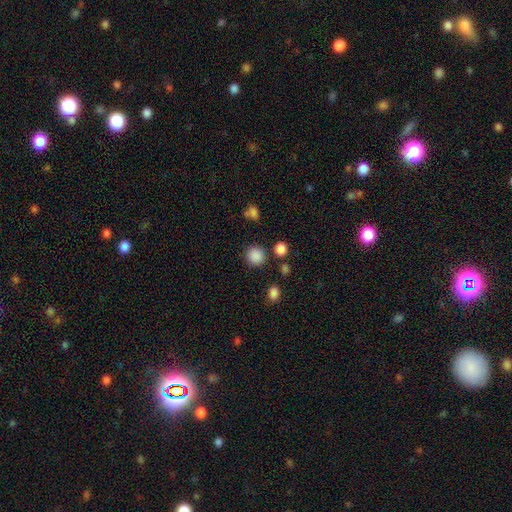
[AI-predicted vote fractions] Smooth or featured?
  - smooth: 86% *
  - star or artifact: 11%
  - featured or disk: 3%
How rounded?
  - round: 92% *
  - in between: 7%
  - cigar-shaped: 1%
Merging?
  - none: 85% *
  - minor disturbance: 8%
  - merger: 4%
  - major disturbance: 3%